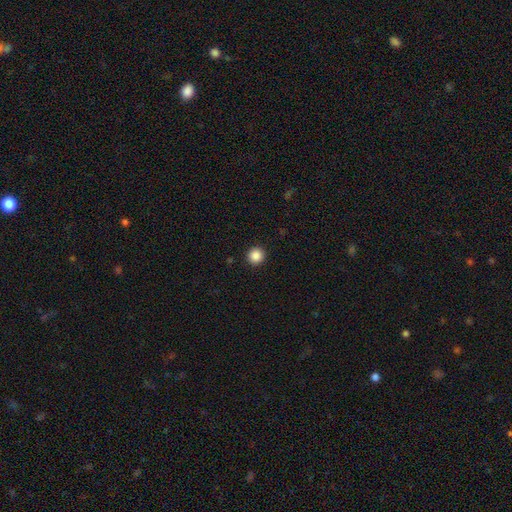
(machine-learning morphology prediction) smooth_or_featured: smooth (p=0.87) [alt: star or artifact p=0.10]
how_rounded: round (p=0.95) [alt: in between p=0.04]
merging: none (p=0.93) [alt: minor disturbance p=0.04]